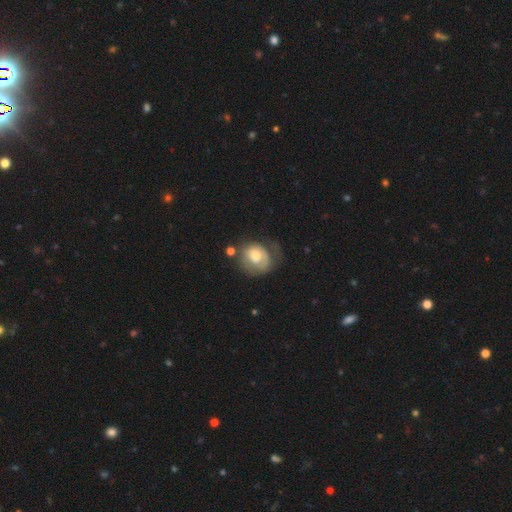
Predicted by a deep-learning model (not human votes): The model was most divided on "smooth or featured": smooth: 51%, featured or disk: 42%, star or artifact: 7%. Remaining: how rounded — round (72%); merging — none (42%).